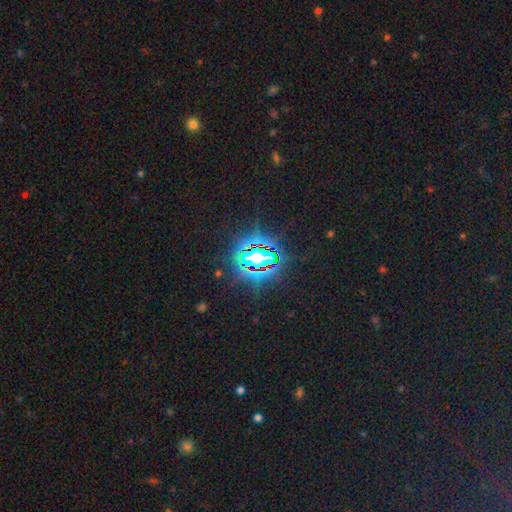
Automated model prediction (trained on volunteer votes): Smooth or featured? star or artifact (81%)